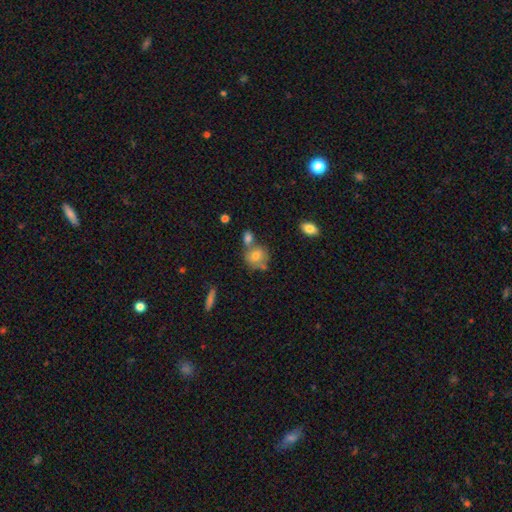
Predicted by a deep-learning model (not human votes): Smooth or featured? smooth (70%)
How rounded? round (71%)
Merging? none (45%)